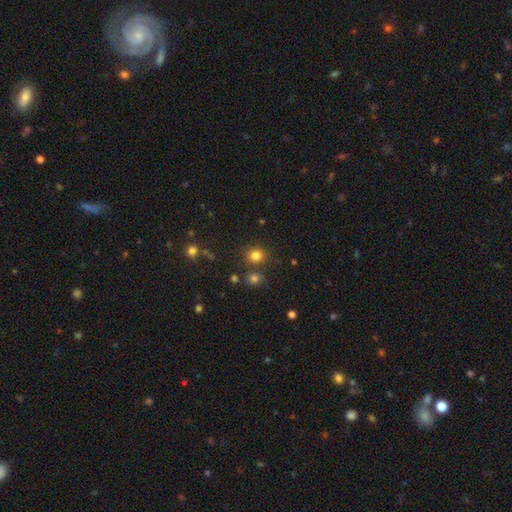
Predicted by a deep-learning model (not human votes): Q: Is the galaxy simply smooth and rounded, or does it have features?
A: smooth — 80%.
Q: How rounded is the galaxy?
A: round — 80%.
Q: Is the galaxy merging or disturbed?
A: none — 81%.